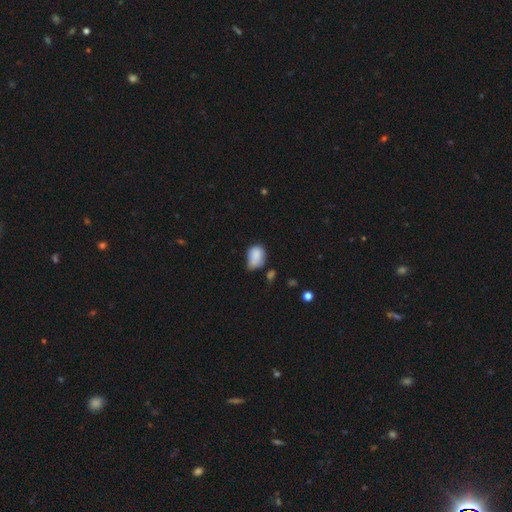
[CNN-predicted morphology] This appears to be a smooth galaxy with no disk features (82%) that is in between round and cigar-shaped (69%). Merging: minor disturbance (46%).